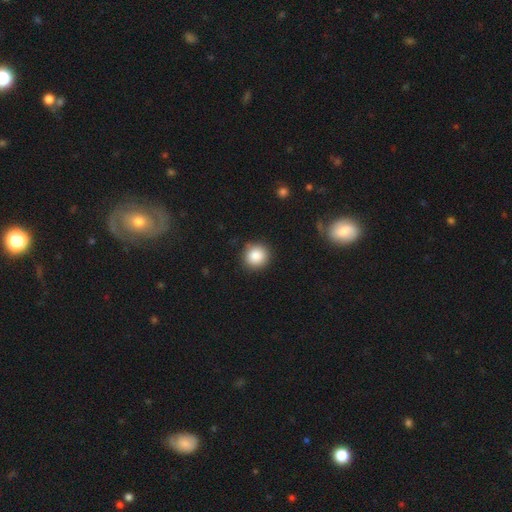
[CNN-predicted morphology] This appears to be a smooth galaxy with no disk features (87%) that is round (93%). Merging: none (88%).